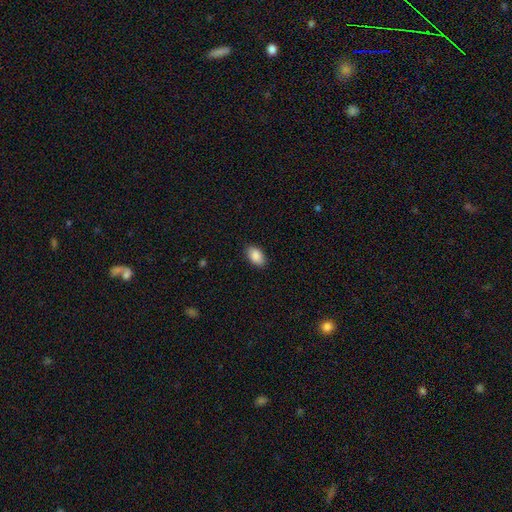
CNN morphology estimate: type=smooth (89%); roundness=in between (93%); merging=none (88%).